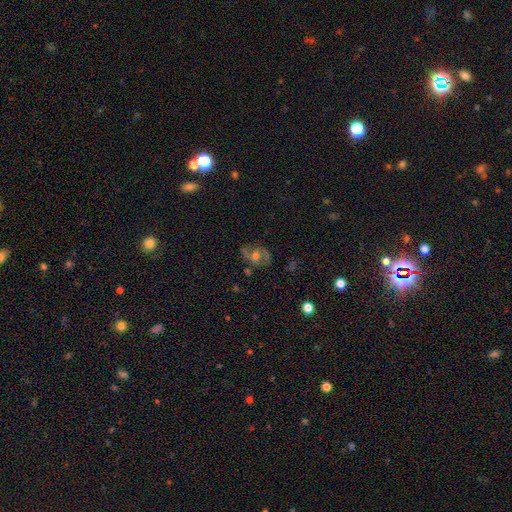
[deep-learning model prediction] A featured or disk galaxy (58%) with no bar (54%), spiral arms (69%) and a moderate central bulge (59%).

Vote fractions:
- Smooth or featured? featured or disk: 58% / smooth: 28% / star or artifact: 14%
- Edge-on disk? no: 95% / yes: 5%
- Bar? no: 54% / weak: 35% / strong: 10%
- Spiral arms? yes: 69% / no: 31%
- Bulge size? moderate: 59% / small: 20% / large: 15% / none: 4% / dominant: 2%
- Merging? none: 68% / minor disturbance: 18% / major disturbance: 11% / merger: 3%